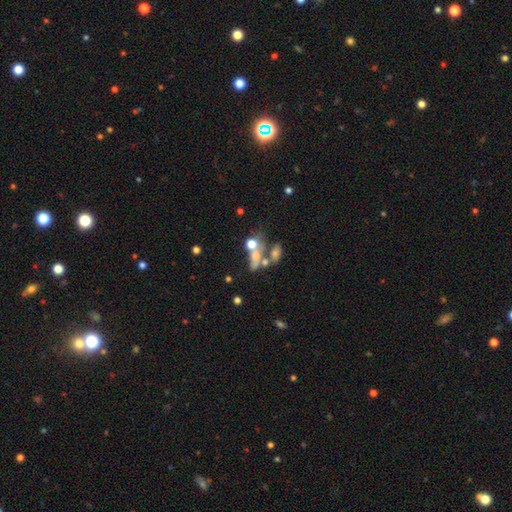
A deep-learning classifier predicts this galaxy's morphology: Overall: smooth (49%; featured or disk 33%). Merging: merger (51%; none 23%).